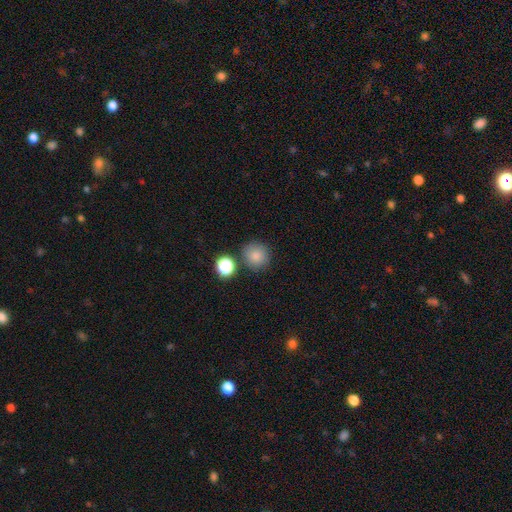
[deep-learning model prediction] smooth_or_featured: smooth (p=0.83) [alt: star or artifact p=0.12]
how_rounded: round (p=0.91) [alt: in between p=0.08]
merging: none (p=0.80) [alt: minor disturbance p=0.10]